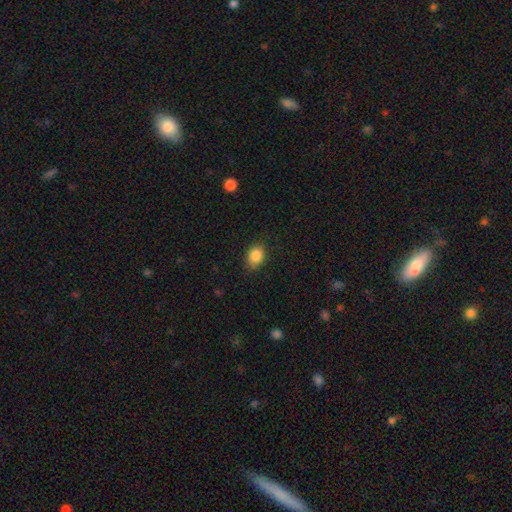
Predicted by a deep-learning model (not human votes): Smooth or featured: smooth — 86% (star or artifact — 9%)
How rounded: in between — 65% (round — 34%)
Merging: none — 81% (minor disturbance — 15%)